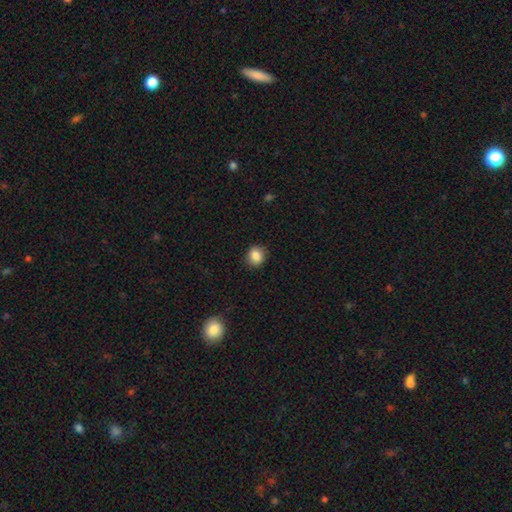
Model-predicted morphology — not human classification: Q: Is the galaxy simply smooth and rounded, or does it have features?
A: smooth — 86%.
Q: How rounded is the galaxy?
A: round — 69%.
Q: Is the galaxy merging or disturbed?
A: none — 86%.